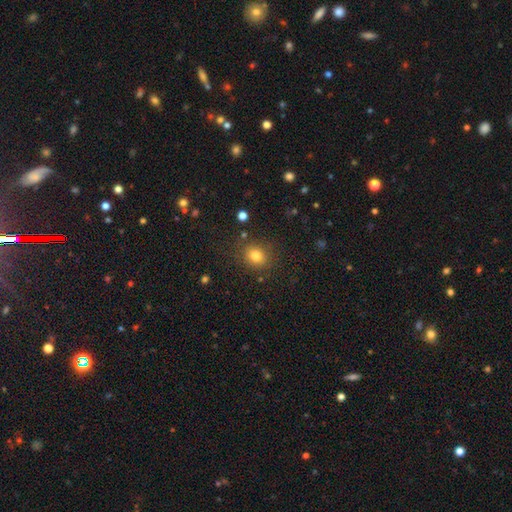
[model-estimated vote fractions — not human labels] Smooth or featured?
  - smooth: 80% *
  - star or artifact: 13%
  - featured or disk: 7%
How rounded?
  - round: 65% *
  - in between: 34%
  - cigar-shaped: 1%
Merging?
  - none: 82% *
  - minor disturbance: 11%
  - major disturbance: 4%
  - merger: 3%